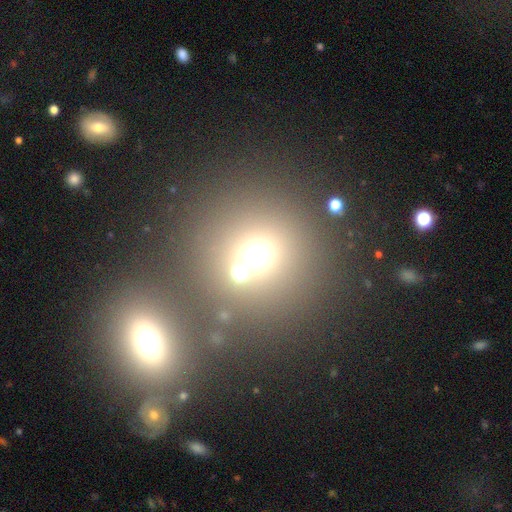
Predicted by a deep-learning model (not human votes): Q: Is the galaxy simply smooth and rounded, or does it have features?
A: smooth — 63%.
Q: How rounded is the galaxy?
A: round — 89%.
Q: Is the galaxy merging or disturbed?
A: none — 53%.